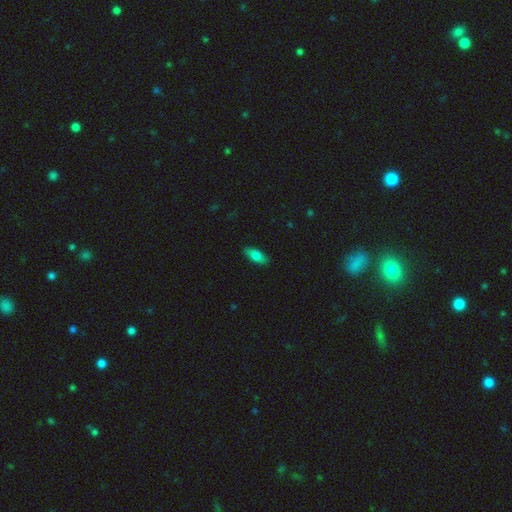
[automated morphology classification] Smooth or featured? Predicted: smooth (p=0.80). How rounded? Predicted: in between (p=0.80). Merging? Predicted: none (p=0.88).